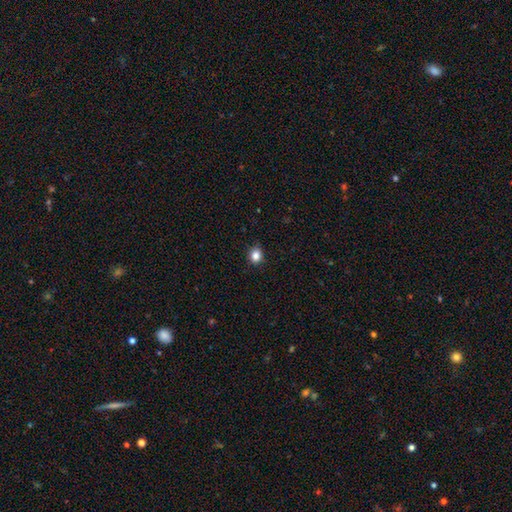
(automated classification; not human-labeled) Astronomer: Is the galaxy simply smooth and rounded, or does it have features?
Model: smooth — 84%.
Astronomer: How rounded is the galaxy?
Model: round — 71%.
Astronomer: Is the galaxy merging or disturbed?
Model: none — 88%.